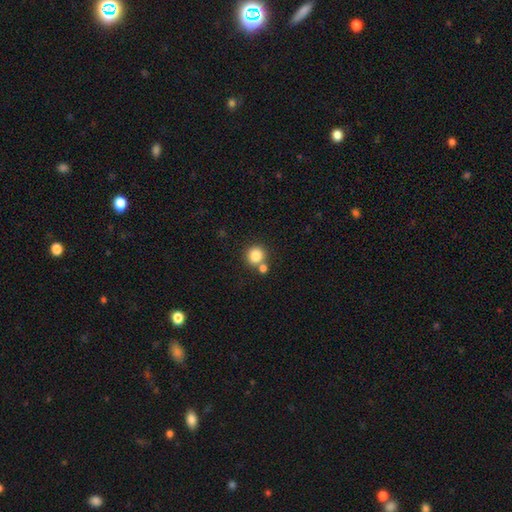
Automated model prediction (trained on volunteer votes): Smooth or featured?
  - smooth: 84% *
  - star or artifact: 10%
  - featured or disk: 6%
How rounded?
  - round: 89% *
  - in between: 10%
  - cigar-shaped: 1%
Merging?
  - none: 67% *
  - merger: 22%
  - minor disturbance: 8%
  - major disturbance: 3%